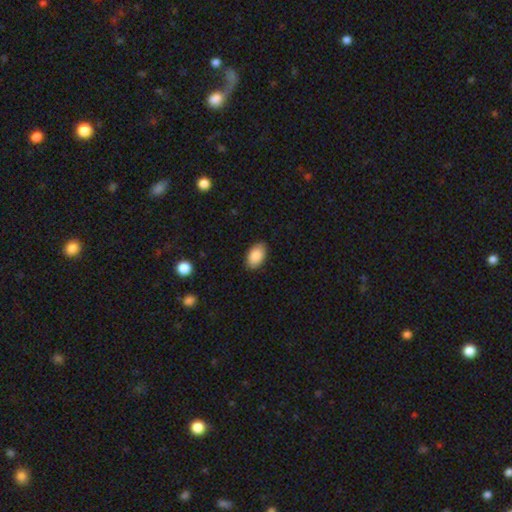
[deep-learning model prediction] Smooth or featured? Predicted: smooth (p=0.88). How rounded? Predicted: in between (p=0.94). Merging? Predicted: none (p=0.87).